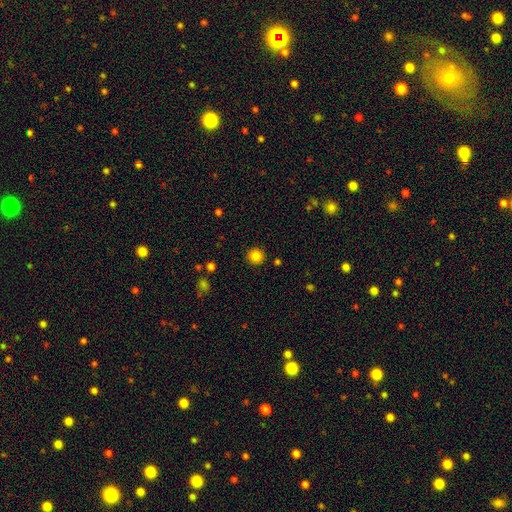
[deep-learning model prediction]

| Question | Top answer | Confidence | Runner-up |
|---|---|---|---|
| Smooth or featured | smooth | 84% | star or artifact (11%) |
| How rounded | round | 94% | in between (5%) |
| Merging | none | 91% | minor disturbance (6%) |